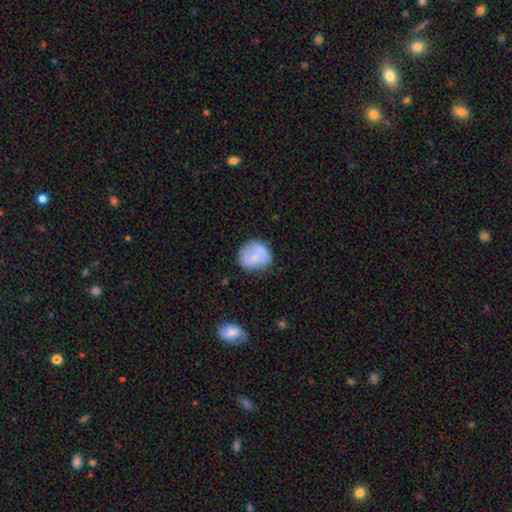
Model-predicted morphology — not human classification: type=smooth (66%); roundness=round (81%); merging=none (72%).